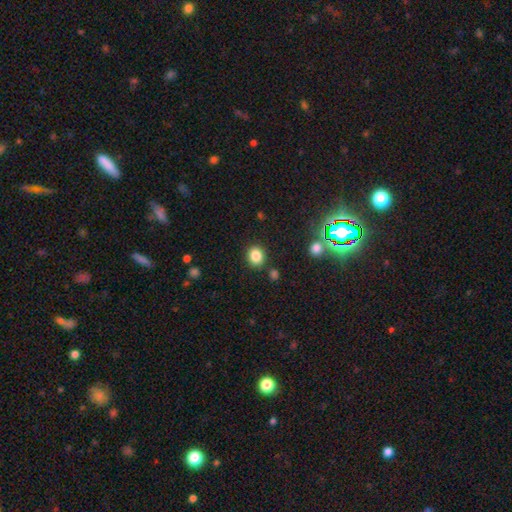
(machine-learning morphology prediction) smooth-or-featured: smooth: 83% | star or artifact: 12% | featured or disk: 5%
  how-rounded: round: 71% | in between: 28% | cigar-shaped: 1%
  merging: none: 85% | minor disturbance: 9% | merger: 4% | major disturbance: 3%